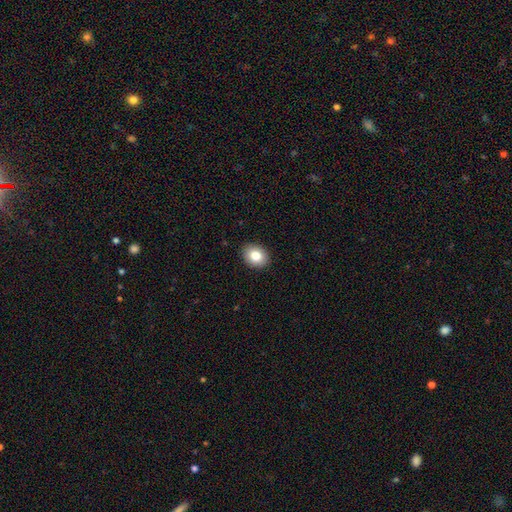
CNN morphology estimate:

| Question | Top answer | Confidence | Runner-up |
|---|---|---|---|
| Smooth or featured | smooth | 83% | star or artifact (9%) |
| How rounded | in between | 59% | round (40%) |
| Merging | none | 90% | minor disturbance (7%) |